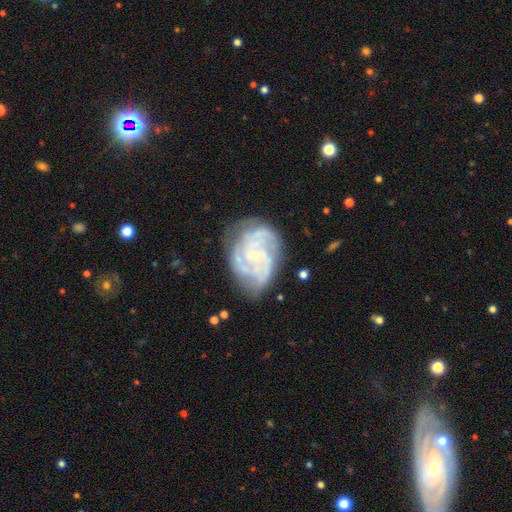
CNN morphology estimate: Overall: featured or disk (87%). Edge-on disk: no (98%). Bar: no (73%). Spiral arms: yes (97%). Spiral arm count: 3 (37%; 4 21%). Spiral winding: tight (61%; medium 33%). Bulge size: small (78%). Merging: none (70%).